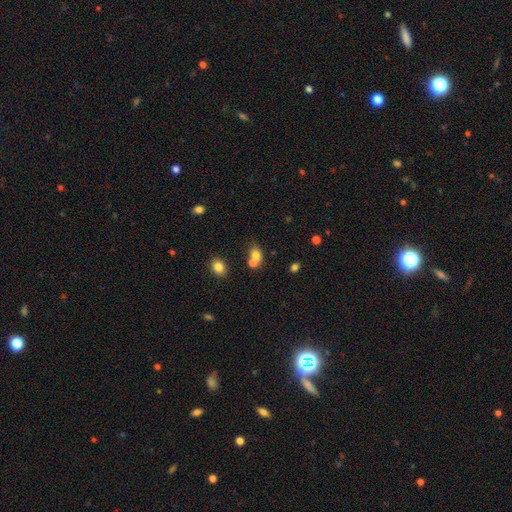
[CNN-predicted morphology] smooth-or-featured: smooth: 74% | featured or disk: 13% | star or artifact: 13%
  how-rounded: in between: 54% | round: 44% | cigar-shaped: 2%
  merging: merger: 48% | none: 38% | minor disturbance: 10% | major disturbance: 4%